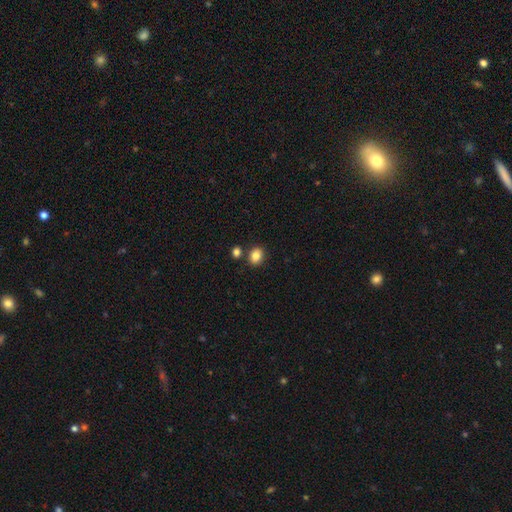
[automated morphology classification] Smooth or featured? smooth (85%)
How rounded? in between (50%)
Merging? none (78%)